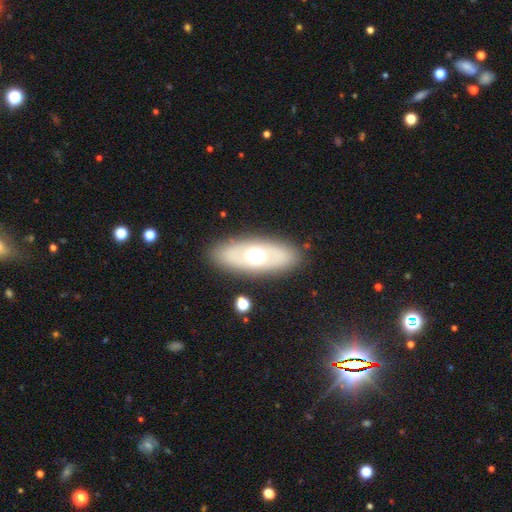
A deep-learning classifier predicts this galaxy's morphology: A smooth galaxy with no disk features (47%).

Vote fractions:
- Smooth or featured? smooth: 47% / featured or disk: 44% / star or artifact: 9%
- Merging? none: 86% / minor disturbance: 8% / major disturbance: 4% / merger: 2%